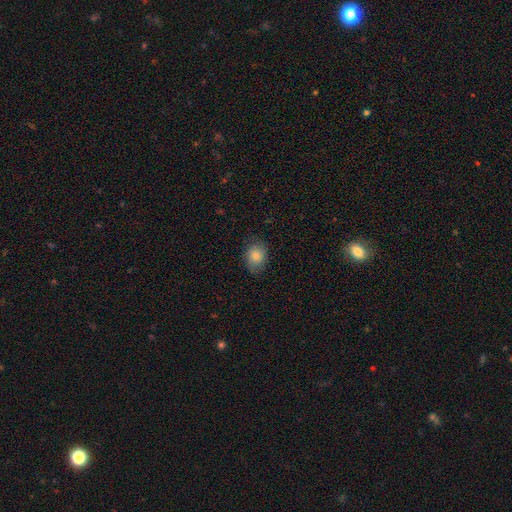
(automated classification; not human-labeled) Smooth or featured: smooth — 82% (featured or disk — 10%)
How rounded: in between — 60% (round — 39%)
Merging: none — 80% (minor disturbance — 16%)